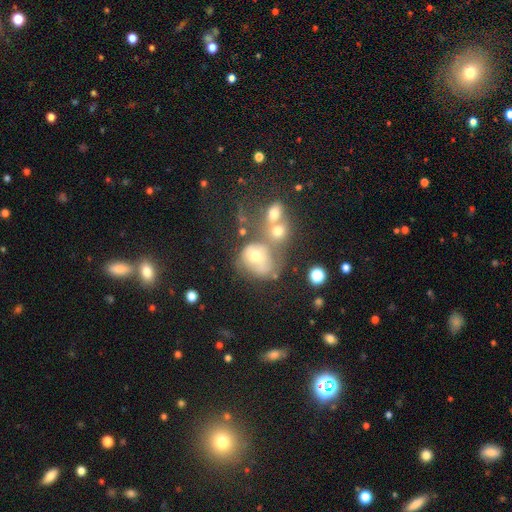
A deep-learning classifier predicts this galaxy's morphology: Smooth or featured? Predicted: smooth (p=0.48). Merging? Predicted: merger (p=0.47).